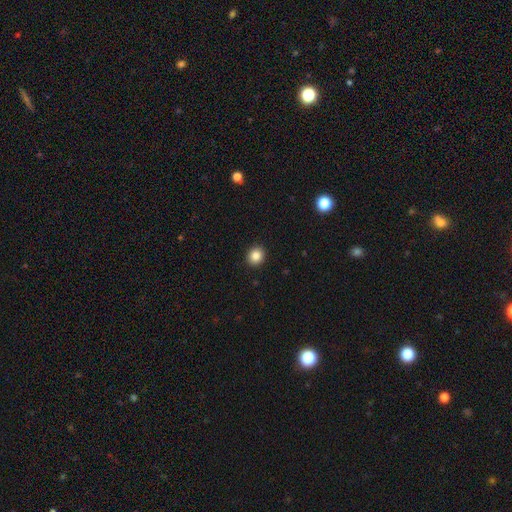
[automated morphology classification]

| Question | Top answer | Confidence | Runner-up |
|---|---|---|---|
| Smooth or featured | smooth | 86% | star or artifact (10%) |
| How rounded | round | 81% | in between (18%) |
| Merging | none | 92% | minor disturbance (5%) |